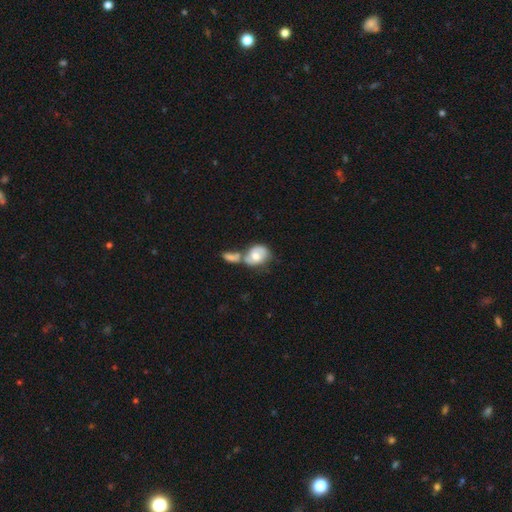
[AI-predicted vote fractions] Overall: smooth (56%; featured or disk 38%). How rounded: in between (60%; round 39%). Merging: merger (61%).